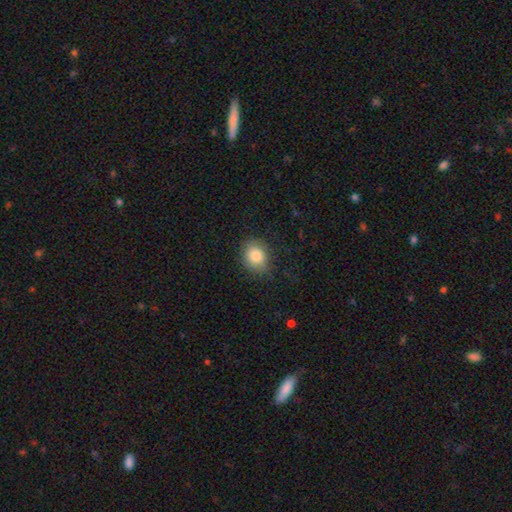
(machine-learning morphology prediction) type=smooth (85%); roundness=round (55%); merging=none (77%).